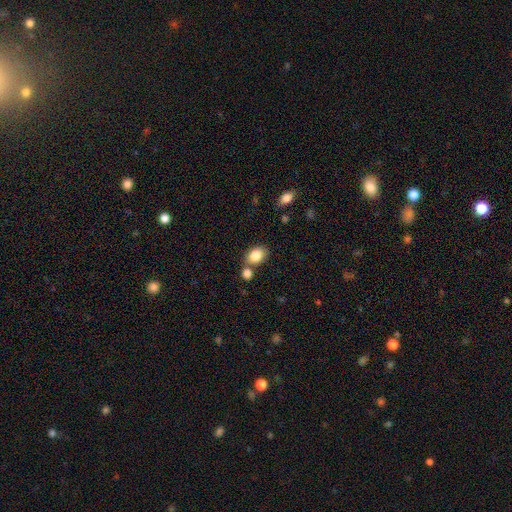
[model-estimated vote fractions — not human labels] smooth_or_featured: smooth (p=0.85) [alt: star or artifact p=0.08]
how_rounded: in between (p=0.75) [alt: round p=0.23]
merging: none (p=0.60) [alt: merger p=0.24]